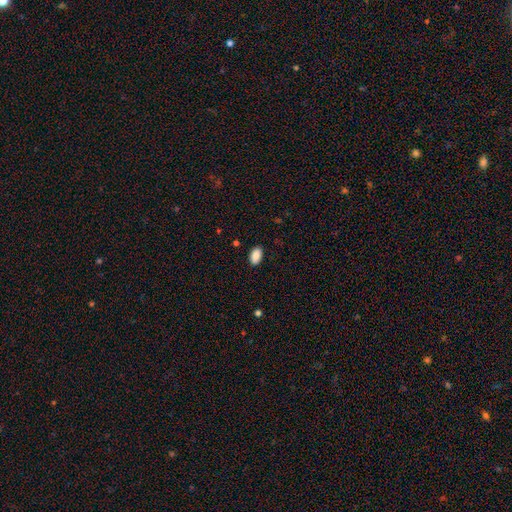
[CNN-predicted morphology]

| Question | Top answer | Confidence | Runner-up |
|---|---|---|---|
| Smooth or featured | smooth | 88% | star or artifact (7%) |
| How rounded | in between | 93% | round (5%) |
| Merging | none | 87% | minor disturbance (10%) |